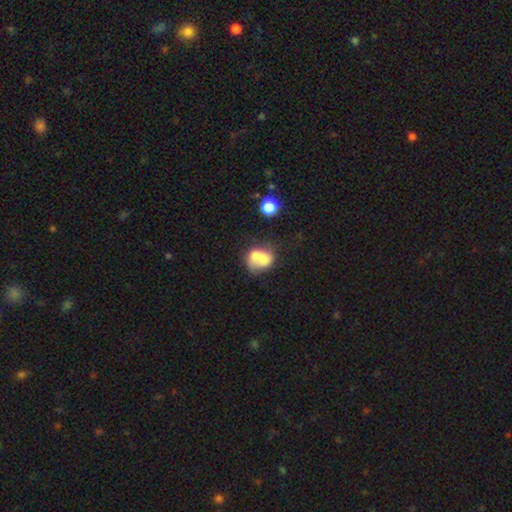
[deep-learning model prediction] A smooth galaxy with no disk features (62%) that is round (55%).

Vote fractions:
- Smooth or featured? smooth: 62% / featured or disk: 29% / star or artifact: 9%
- How rounded? round: 55% / in between: 44% / cigar-shaped: 1%
- Merging? merger: 62% / none: 21% / minor disturbance: 10% / major disturbance: 7%